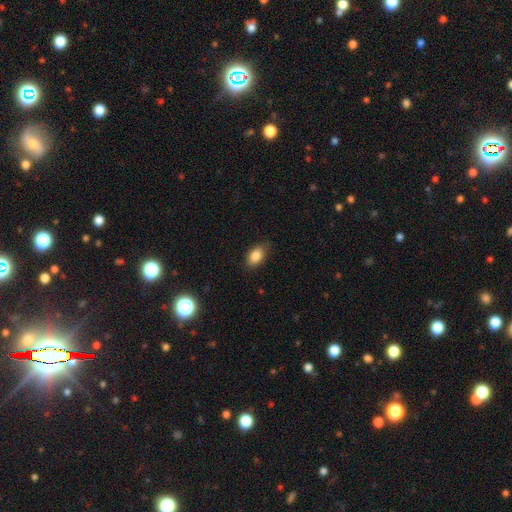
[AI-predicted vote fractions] Overall: smooth (84%). How rounded: in between (87%). Merging: none (80%).